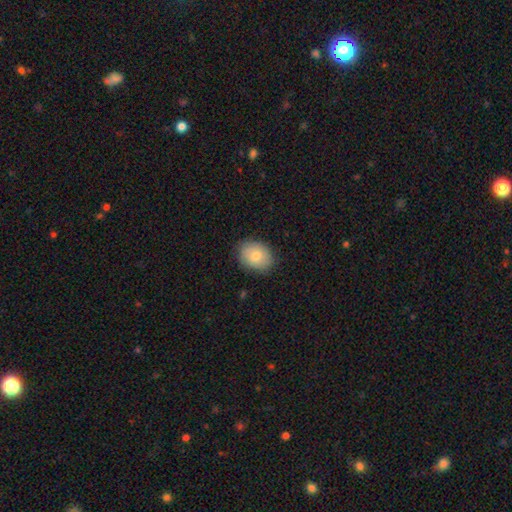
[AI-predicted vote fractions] Q: Smooth or featured?
A: smooth (78%); runner-up: featured or disk (14%)
Q: How rounded?
A: in between (54%); runner-up: round (45%)
Q: Merging?
A: none (83%); runner-up: minor disturbance (13%)